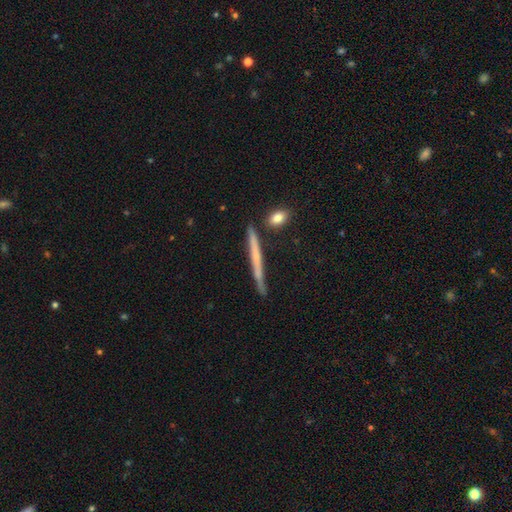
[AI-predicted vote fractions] A featured or disk galaxy (50%) viewed edge-on (96%). Merging: none (82%).